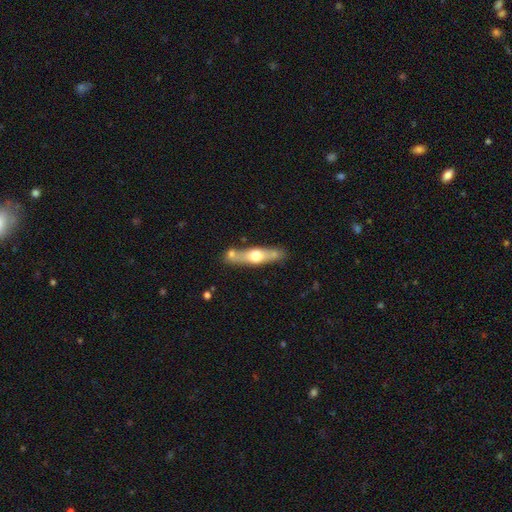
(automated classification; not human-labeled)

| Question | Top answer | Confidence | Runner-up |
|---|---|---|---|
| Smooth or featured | featured or disk | 55% | smooth (39%) |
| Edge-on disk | yes | 86% | no (14%) |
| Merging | none | 68% | merger (15%) |